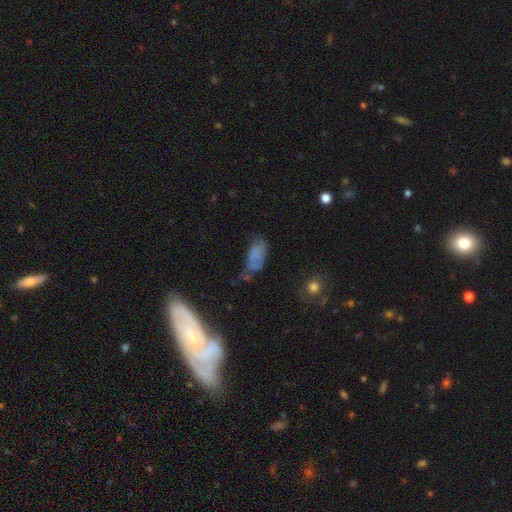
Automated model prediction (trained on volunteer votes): smooth 54%, featured or disk 30%, star or artifact 16%. Down the decision tree: how rounded — in between (87%); merging — minor disturbance (31%, tied with major disturbance).